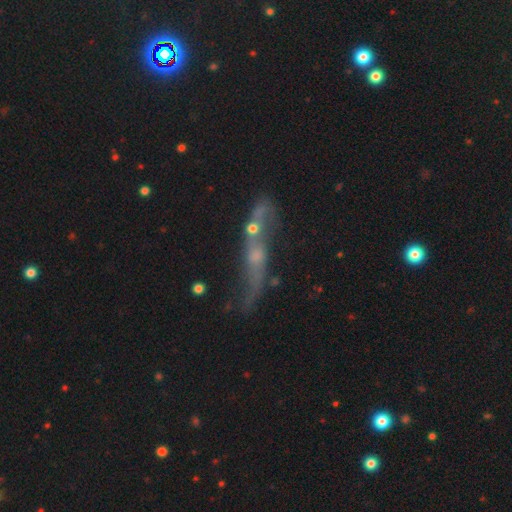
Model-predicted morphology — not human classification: Smooth or featured? featured or disk (62%)
Edge-on disk? no (56%)
Merging? none (40%)